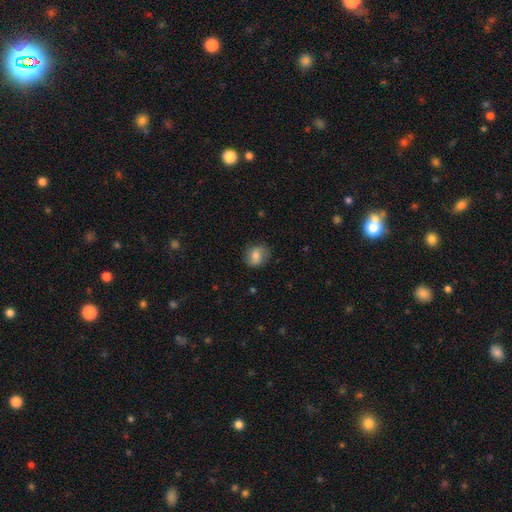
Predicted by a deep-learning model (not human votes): Smooth or featured?
  - smooth: 74% *
  - featured or disk: 18%
  - star or artifact: 9%
How rounded?
  - round: 64% *
  - in between: 35%
  - cigar-shaped: 1%
Merging?
  - none: 81% *
  - minor disturbance: 14%
  - major disturbance: 4%
  - merger: 1%